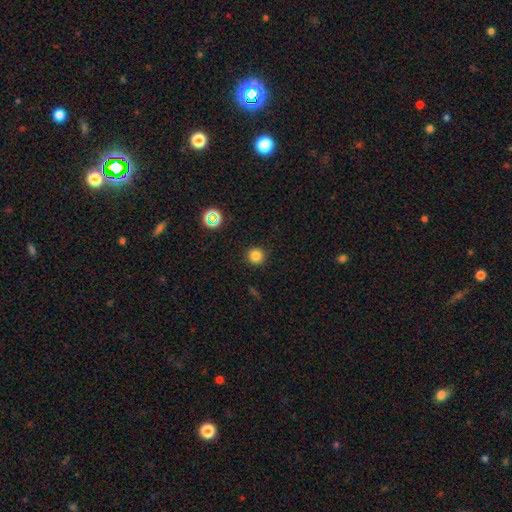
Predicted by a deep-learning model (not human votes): Smooth or featured? smooth (82%)
How rounded? round (95%)
Merging? none (91%)